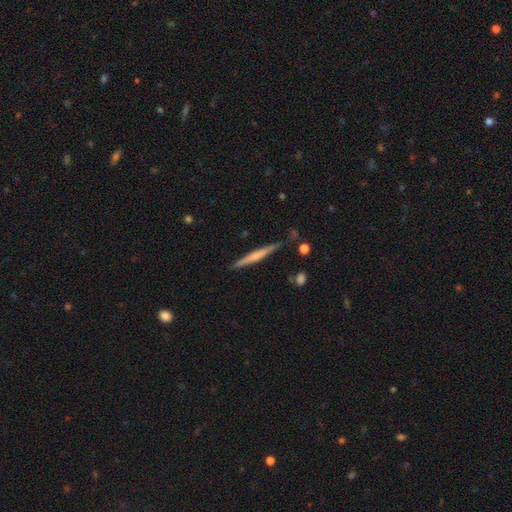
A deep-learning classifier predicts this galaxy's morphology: Overall: featured or disk (49%; smooth 45%). Merging: none (85%).